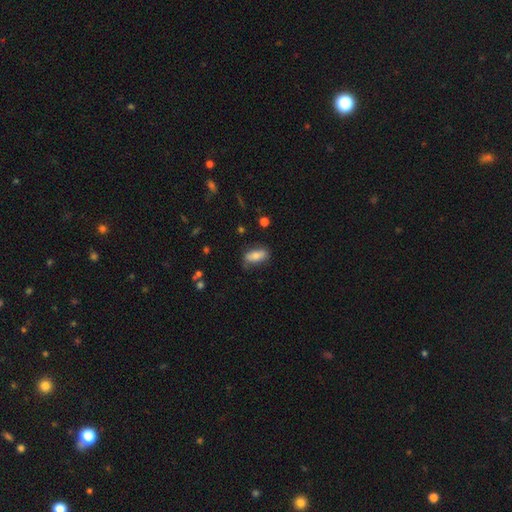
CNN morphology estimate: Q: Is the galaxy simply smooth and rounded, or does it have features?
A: smooth — 75%.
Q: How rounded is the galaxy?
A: in between — 81%.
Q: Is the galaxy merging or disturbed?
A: none — 72%.